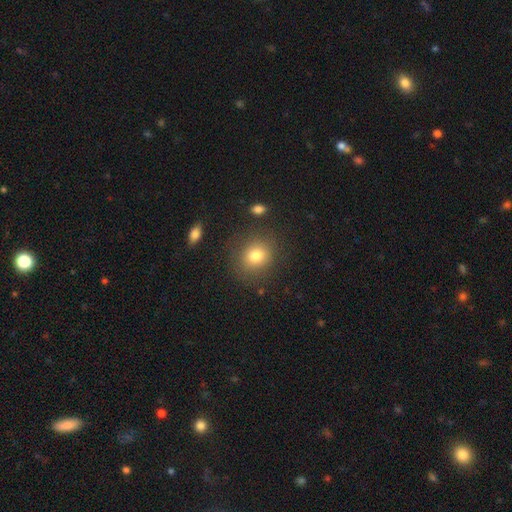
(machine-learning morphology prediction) type=smooth (80%); roundness=round (75%); merging=none (82%).